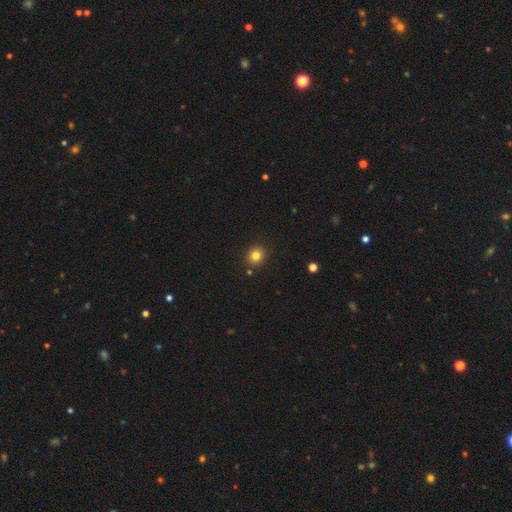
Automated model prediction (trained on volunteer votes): Smooth or featured? Predicted: smooth (p=0.82). How rounded? Predicted: round (p=0.87). Merging? Predicted: none (p=0.89).